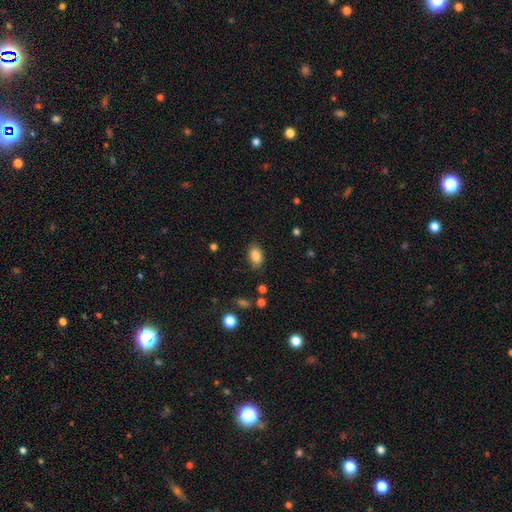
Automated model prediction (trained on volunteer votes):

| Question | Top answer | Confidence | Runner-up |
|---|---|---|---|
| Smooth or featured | smooth | 86% | star or artifact (8%) |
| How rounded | in between | 88% | round (10%) |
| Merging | none | 82% | minor disturbance (13%) |